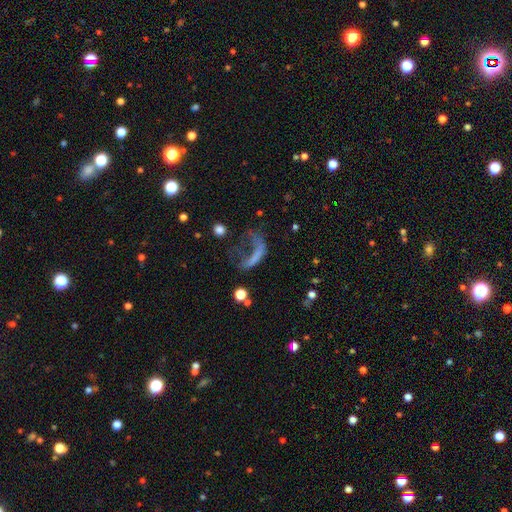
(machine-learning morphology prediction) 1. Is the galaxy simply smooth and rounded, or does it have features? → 44% smooth, 39% featured or disk, 17% star or artifact.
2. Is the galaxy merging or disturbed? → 61% major disturbance, 20% none, 11% minor disturbance, 8% merger.